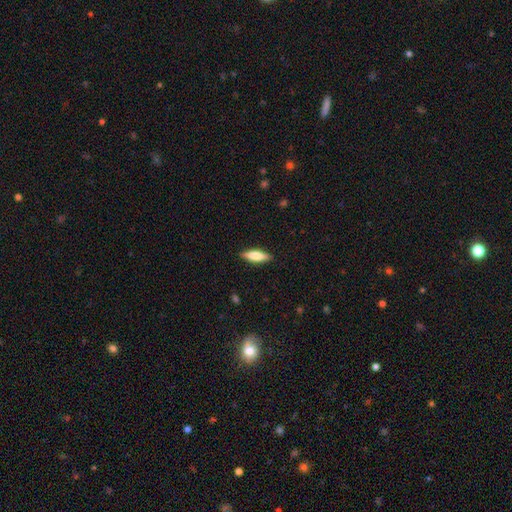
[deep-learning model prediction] Smooth or featured? Predicted: smooth (p=0.67). How rounded? Predicted: cigar-shaped (p=0.57). Merging? Predicted: none (p=0.88).